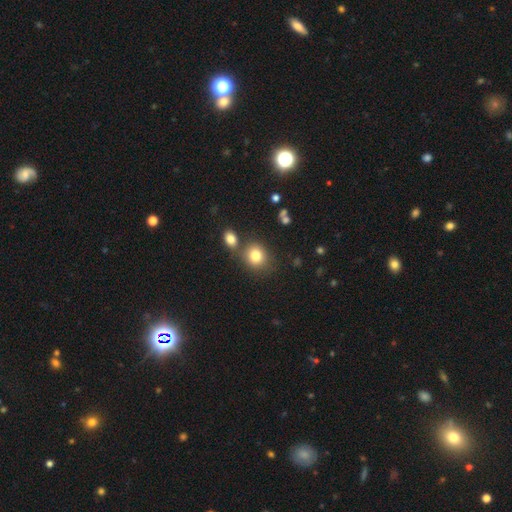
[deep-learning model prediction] This is clearly a smooth galaxy (81%). How rounded: likely round (73%). Merging: likely none (65%).